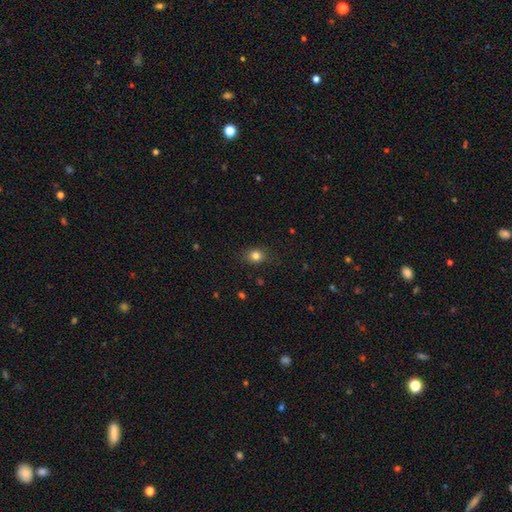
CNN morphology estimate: Q: Smooth or featured?
A: smooth (81%); runner-up: star or artifact (12%)
Q: How rounded?
A: round (61%); runner-up: in between (38%)
Q: Merging?
A: none (85%); runner-up: minor disturbance (11%)